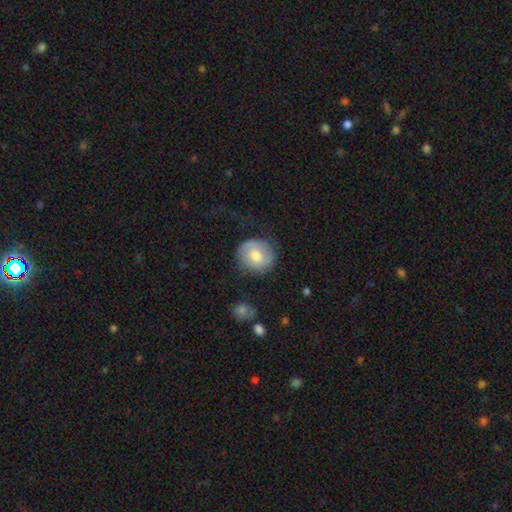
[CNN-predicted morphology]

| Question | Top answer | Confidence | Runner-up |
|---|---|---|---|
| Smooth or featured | smooth | 57% | featured or disk (37%) |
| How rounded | round | 81% | in between (18%) |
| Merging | none | 72% | minor disturbance (18%) |